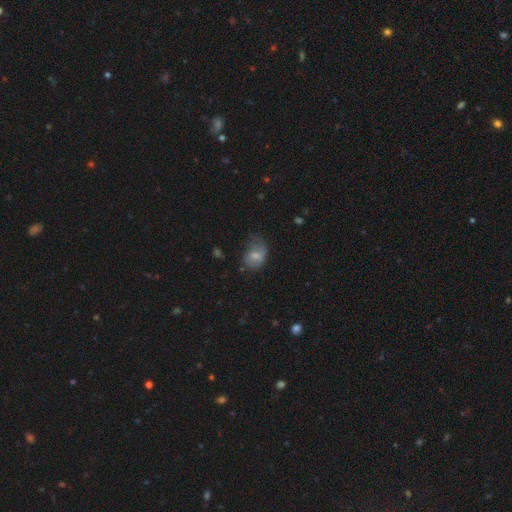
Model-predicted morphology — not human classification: smooth 61%, featured or disk 30%, star or artifact 9%. Down the decision tree: how rounded — in between (72%); merging — minor disturbance (34%).